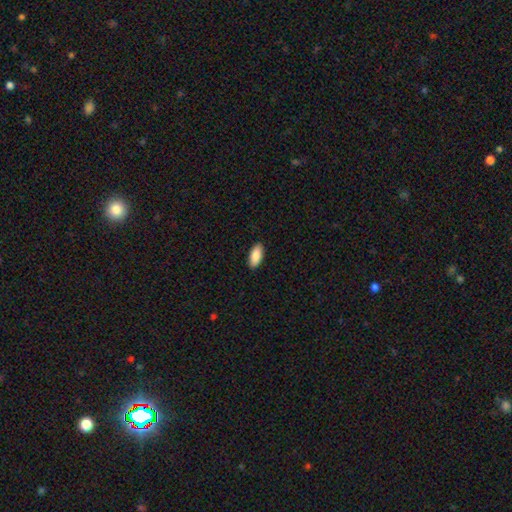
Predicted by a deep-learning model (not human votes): This is clearly a smooth galaxy (88%). How rounded: clearly in between (87%). Merging: clearly none (90%).